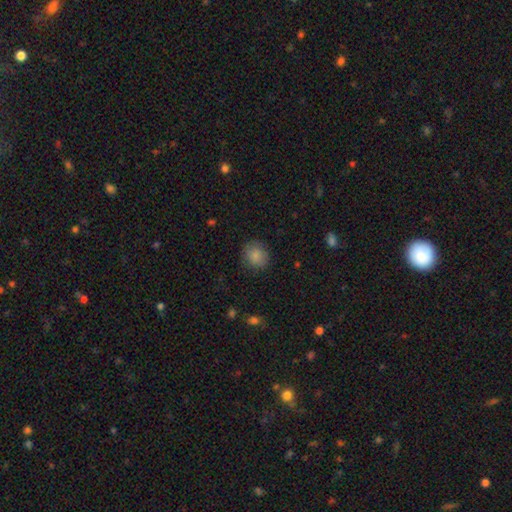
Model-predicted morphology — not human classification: Q: Smooth or featured?
A: smooth (86%); runner-up: star or artifact (8%)
Q: How rounded?
A: round (82%); runner-up: in between (17%)
Q: Merging?
A: none (83%); runner-up: minor disturbance (12%)